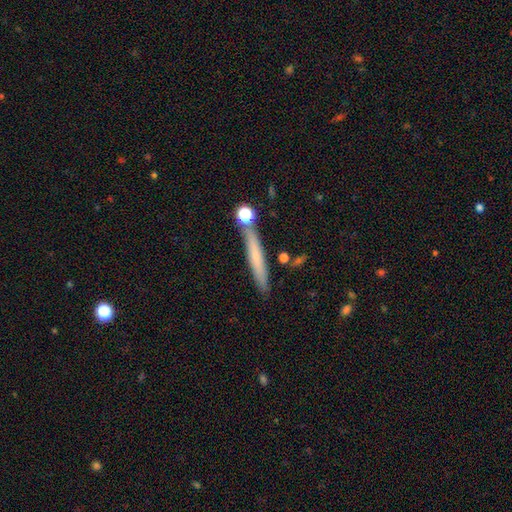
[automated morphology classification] Smooth or featured? Predicted: smooth (p=0.59). How rounded? Predicted: cigar-shaped (p=0.94). Merging? Predicted: none (p=0.78).